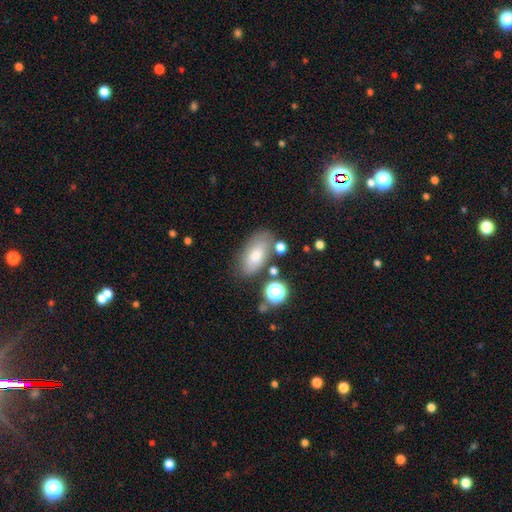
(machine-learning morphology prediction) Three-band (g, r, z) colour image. It shows a smooth galaxy with no disk features (67%) that is in between round and cigar-shaped (88%). Merging: none (72%).